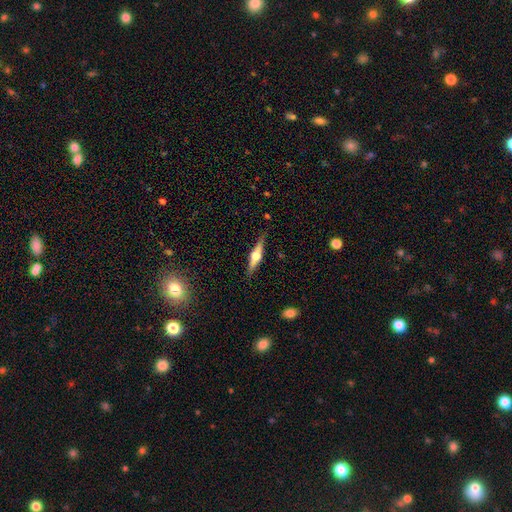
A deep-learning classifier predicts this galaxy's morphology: Smooth or featured? featured or disk (71%)
Edge-on disk? yes (97%)
Edge-on bulge? rounded (93%)
Merging? none (87%)